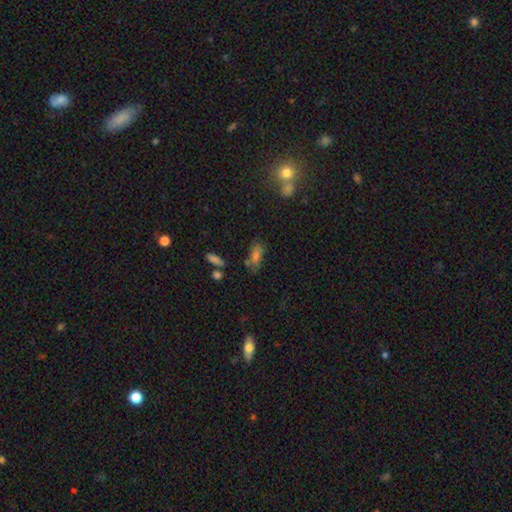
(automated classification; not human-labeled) This appears to be a smooth galaxy with no disk features (62%) that is in between round and cigar-shaped (75%). Merging: none (63%).